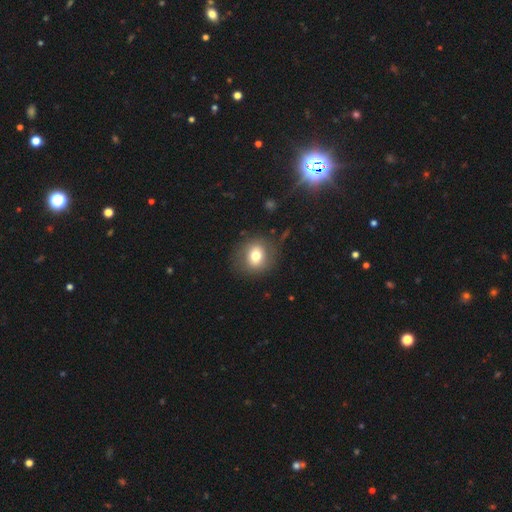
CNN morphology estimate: Smooth or featured?
  - smooth: 71% *
  - featured or disk: 18%
  - star or artifact: 10%
How rounded?
  - round: 73% *
  - in between: 26%
  - cigar-shaped: 1%
Merging?
  - none: 82% *
  - minor disturbance: 11%
  - major disturbance: 5%
  - merger: 2%